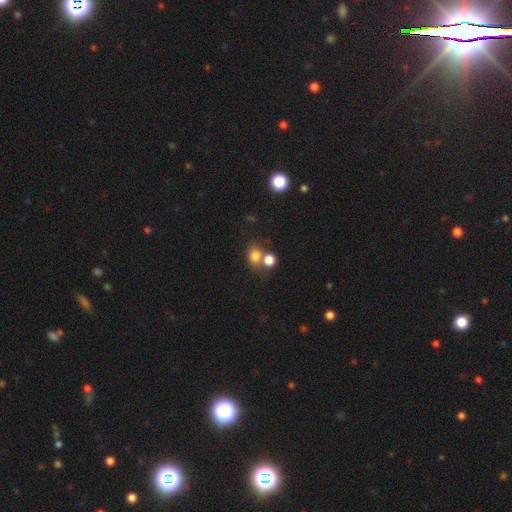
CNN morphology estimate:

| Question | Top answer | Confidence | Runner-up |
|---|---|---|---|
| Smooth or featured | smooth | 77% | star or artifact (14%) |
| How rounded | round | 62% | in between (37%) |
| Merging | none | 49% | merger (37%) |